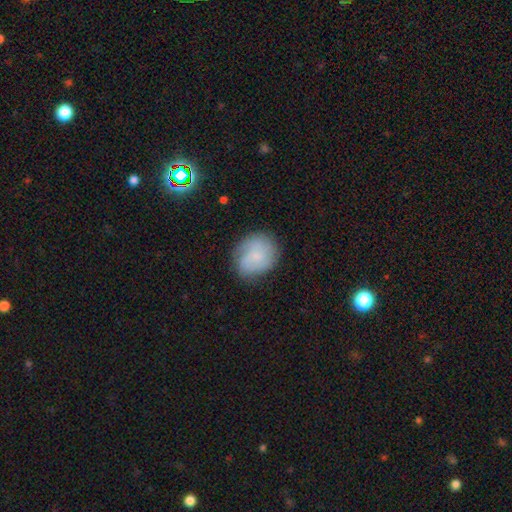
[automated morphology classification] The model was most divided on "how rounded": round: 63%, in between: 36%, cigar-shaped: 1%. More confident: merging — none (67%); smooth or featured — smooth (59%).